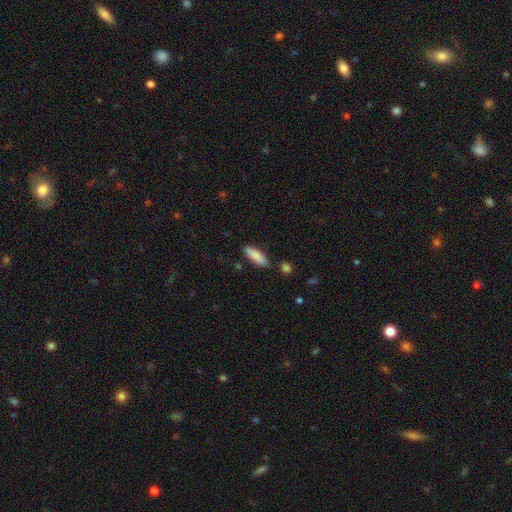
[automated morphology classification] A smooth galaxy with no disk features (86%) that is cigar-shaped (53%). Merging: none (81%).